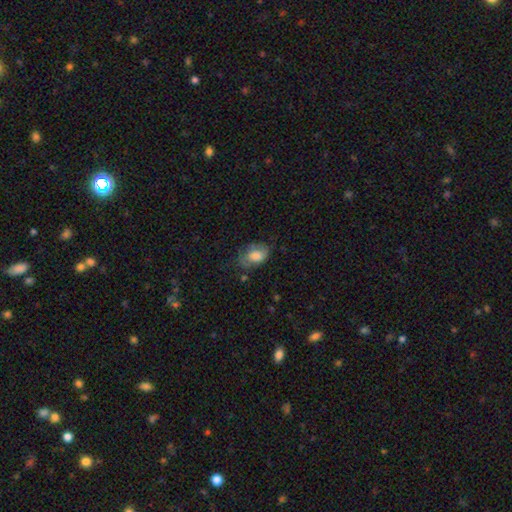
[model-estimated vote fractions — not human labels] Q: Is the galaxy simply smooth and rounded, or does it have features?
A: smooth — 72%.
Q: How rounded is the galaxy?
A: in between — 86%.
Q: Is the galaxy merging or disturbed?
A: none — 52%.